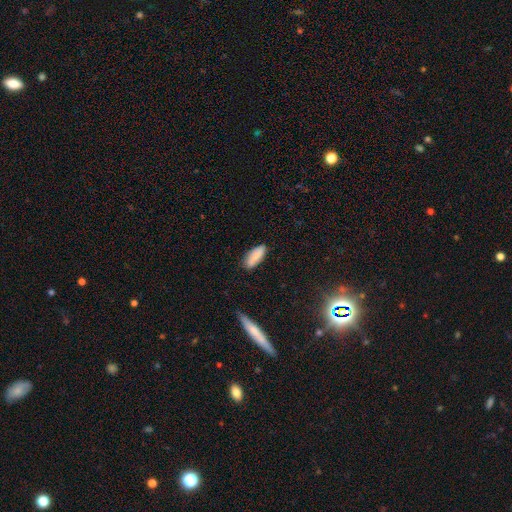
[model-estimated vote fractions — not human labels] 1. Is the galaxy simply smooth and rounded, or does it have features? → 82% smooth, 11% featured or disk, 7% star or artifact.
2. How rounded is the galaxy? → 77% in between, 21% cigar-shaped, 2% round.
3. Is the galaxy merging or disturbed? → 79% none, 16% minor disturbance, 3% major disturbance, 2% merger.